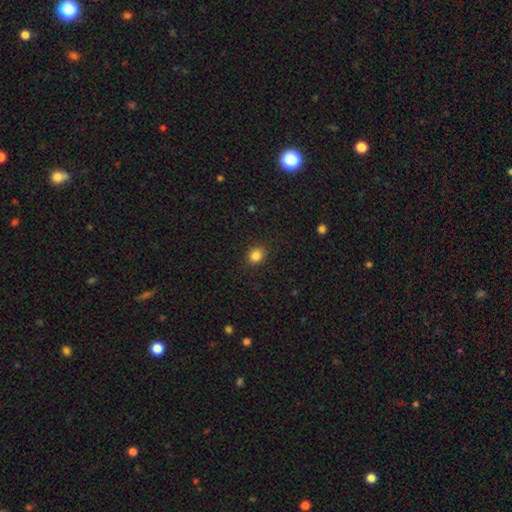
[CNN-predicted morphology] smooth_or_featured: smooth (p=0.85) [alt: star or artifact p=0.11]
how_rounded: round (p=0.65) [alt: in between p=0.34]
merging: none (p=0.88) [alt: minor disturbance p=0.08]